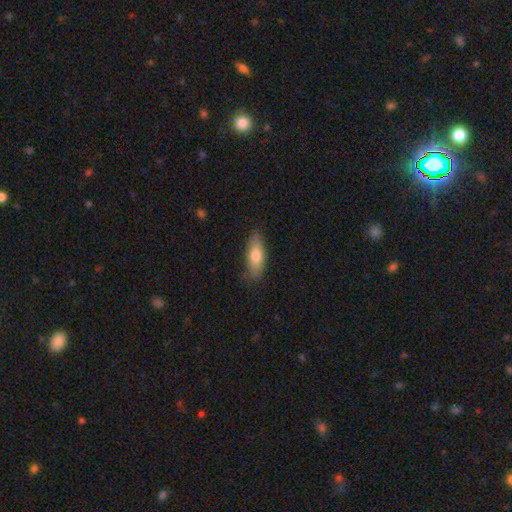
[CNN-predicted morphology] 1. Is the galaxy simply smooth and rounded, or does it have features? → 73% smooth, 21% featured or disk, 6% star or artifact.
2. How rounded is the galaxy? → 65% in between, 33% cigar-shaped, 2% round.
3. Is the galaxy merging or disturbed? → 82% none, 15% minor disturbance, 3% major disturbance, 1% merger.